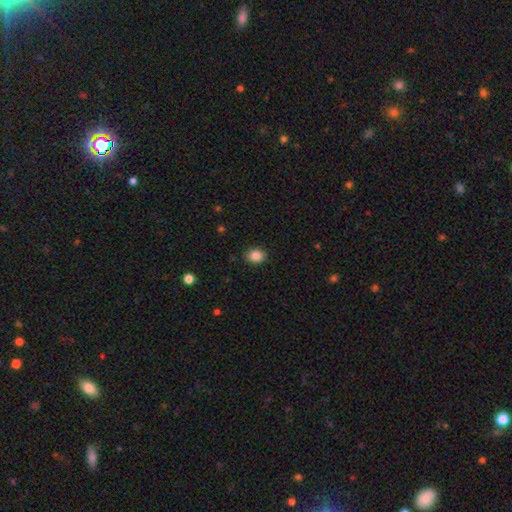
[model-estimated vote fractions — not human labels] smooth 86%, star or artifact 10%, featured or disk 4%. Down the decision tree: how rounded — round (51%); merging — none (89%).